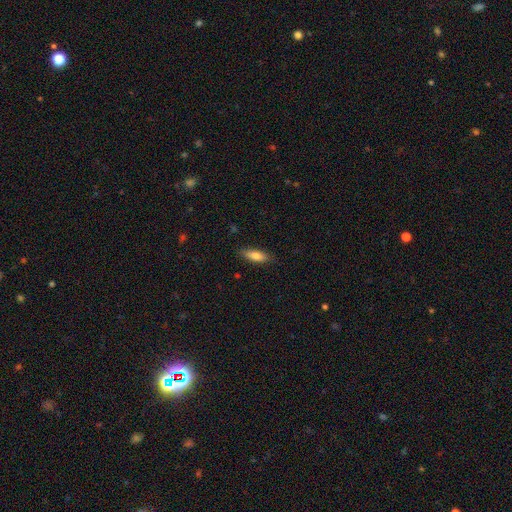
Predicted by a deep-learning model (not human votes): smooth_or_featured: smooth (p=0.79) [alt: featured or disk p=0.14]
how_rounded: in between (p=0.61) [alt: cigar-shaped p=0.37]
merging: none (p=0.85) [alt: minor disturbance p=0.12]